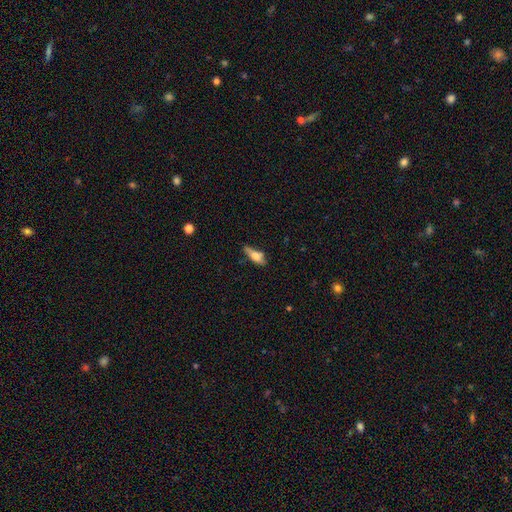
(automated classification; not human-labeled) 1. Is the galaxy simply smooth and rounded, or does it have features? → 66% smooth, 27% featured or disk, 8% star or artifact.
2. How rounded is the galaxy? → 61% in between, 36% cigar-shaped, 3% round.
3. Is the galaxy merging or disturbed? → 50% none, 34% minor disturbance, 11% major disturbance, 5% merger.